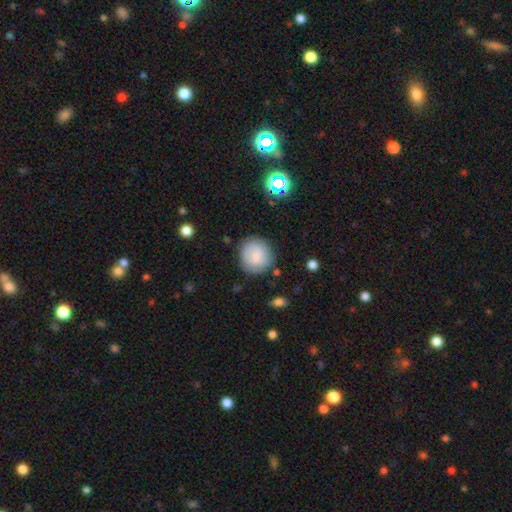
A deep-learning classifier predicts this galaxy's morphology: Overall: smooth (79%). How rounded: round (89%). Merging: none (79%).